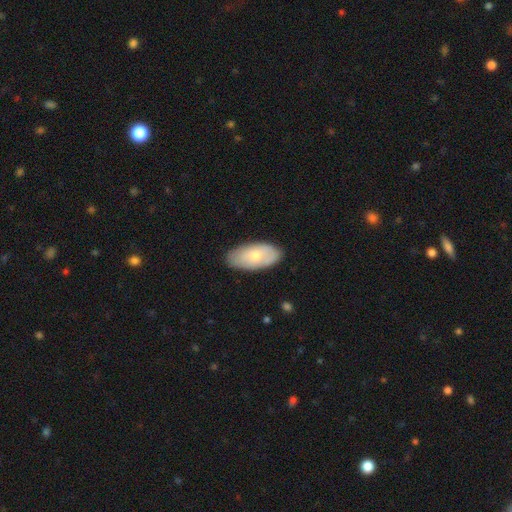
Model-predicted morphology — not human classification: A smooth galaxy with no disk features (64%) that is in between round and cigar-shaped (93%).

Vote fractions:
- Smooth or featured? smooth: 64% / featured or disk: 30% / star or artifact: 6%
- How rounded? in between: 93% / cigar-shaped: 4% / round: 3%
- Merging? none: 82% / minor disturbance: 14% / major disturbance: 3% / merger: 1%